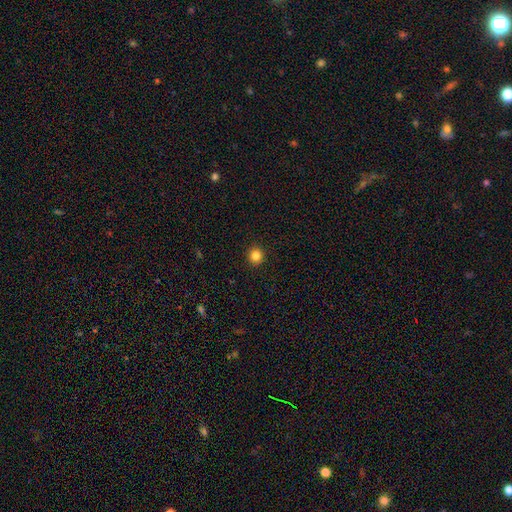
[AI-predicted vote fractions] Overall: smooth (85%). How rounded: round (93%). Merging: none (93%).